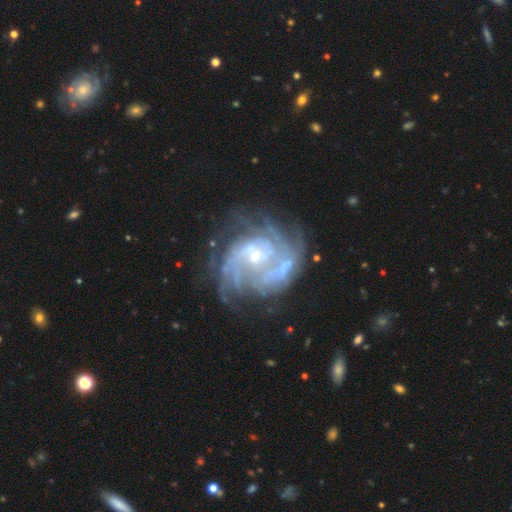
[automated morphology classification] type=featured or disk (88%); edge-on=no (98%); bar=no (65%); spiral arms=yes (95%); winding=tight (57%); arm count=can't tell (29%); bulge=small (75%); merging=none (61%).